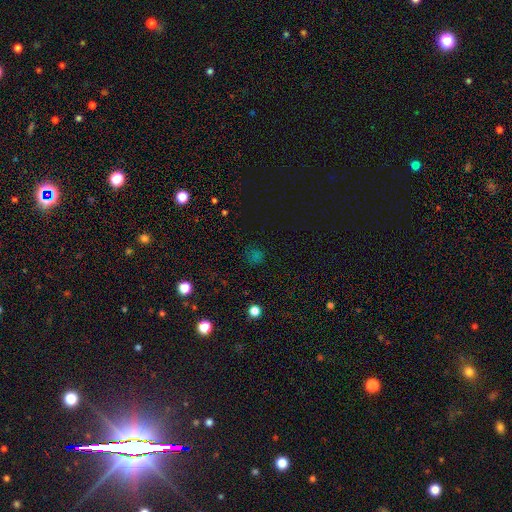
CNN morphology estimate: smooth_or_featured: smooth (p=0.54) [alt: star or artifact p=0.39]
how_rounded: round (p=0.87) [alt: in between p=0.11]
merging: none (p=0.83) [alt: minor disturbance p=0.10]